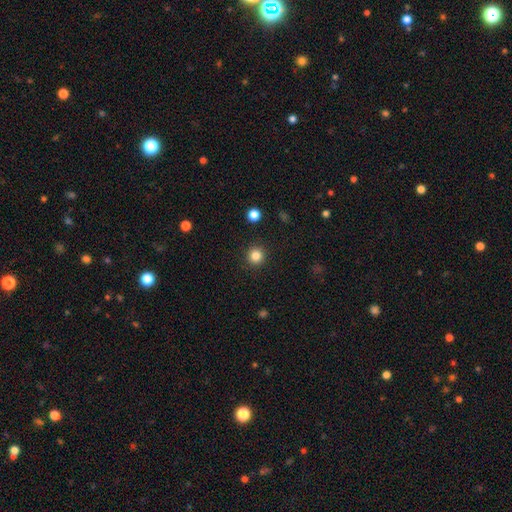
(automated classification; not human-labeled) Smooth or featured: smooth — 84% (star or artifact — 12%)
How rounded: round — 95% (in between — 4%)
Merging: none — 92% (minor disturbance — 5%)